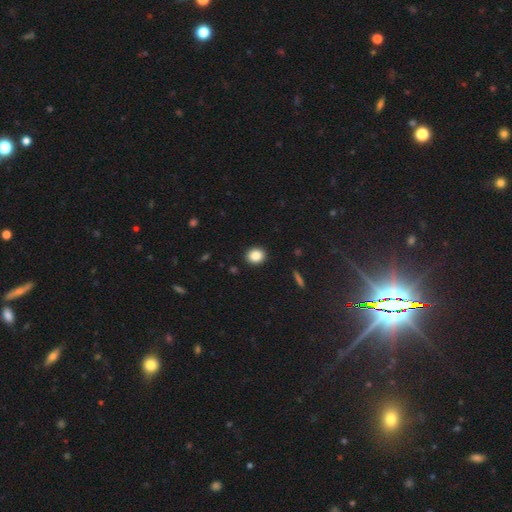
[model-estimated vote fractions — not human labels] Morphology: type=smooth (85%); roundness=round (67%); merging=none (92%).